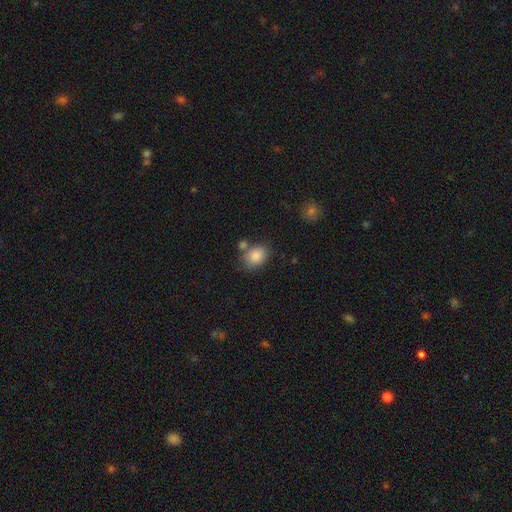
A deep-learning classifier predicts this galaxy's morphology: This appears to be a smooth galaxy with no disk features (85%) that is in between round and cigar-shaped (62%). Merging: none (63%).